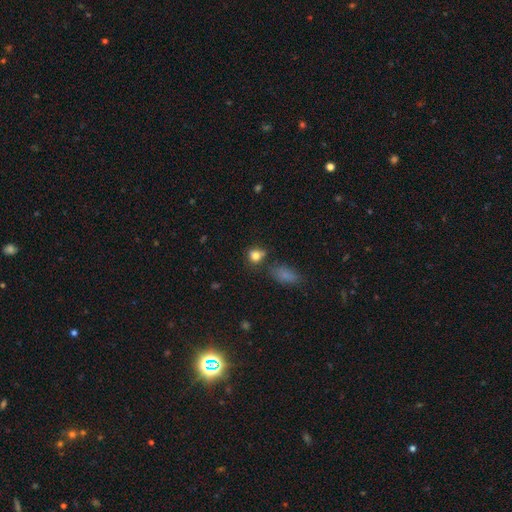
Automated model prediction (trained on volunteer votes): Smooth or featured? smooth (80%)
How rounded? round (58%)
Merging? none (58%)